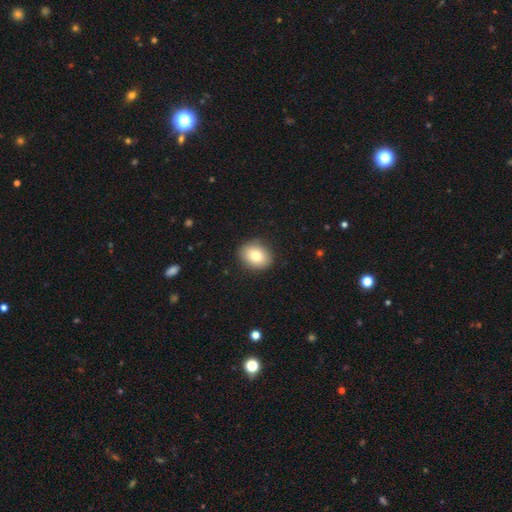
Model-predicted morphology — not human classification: smooth_or_featured: smooth (p=0.80) [alt: featured or disk p=0.11]
how_rounded: in between (p=0.53) [alt: round p=0.46]
merging: none (p=0.88) [alt: minor disturbance p=0.09]